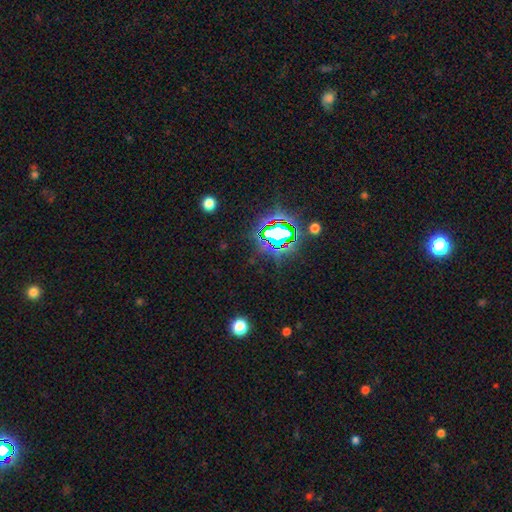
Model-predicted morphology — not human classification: The model was most divided on "smooth or featured": star or artifact: 78%, smooth: 14%, featured or disk: 8%.